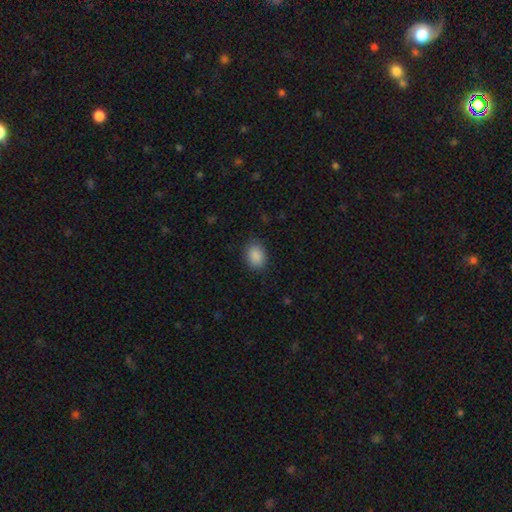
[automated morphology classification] smooth 89%, star or artifact 8%, featured or disk 3%. Down the decision tree: how rounded — in between (71%); merging — none (85%).